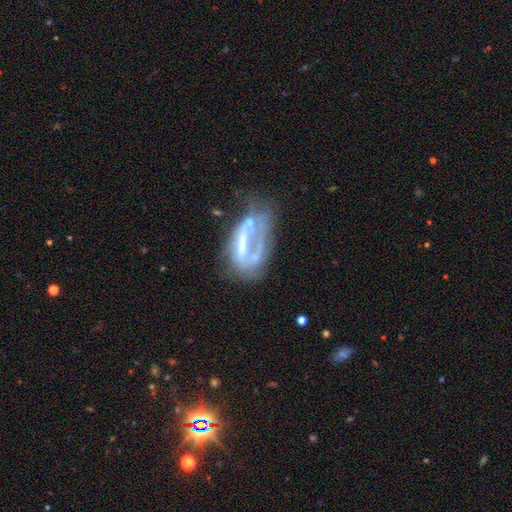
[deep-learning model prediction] Smooth or featured? featured or disk (63%)
Edge-on disk? no (93%)
Bar? no (42%)
Spiral arms? no (67%)
Bulge size? moderate (39%)
Merging? major disturbance (39%)